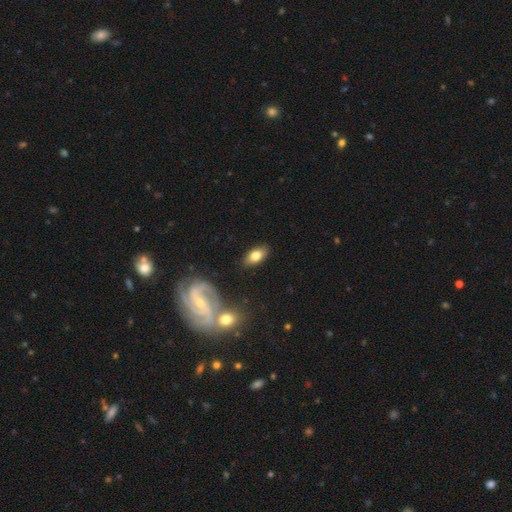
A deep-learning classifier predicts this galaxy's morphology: Smooth or featured? smooth (73%)
How rounded? in between (90%)
Merging? none (85%)